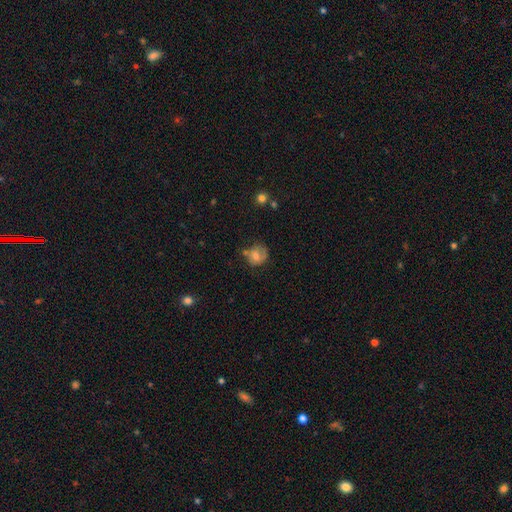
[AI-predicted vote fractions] smooth_or_featured: smooth (p=0.66) [alt: featured or disk p=0.24]
how_rounded: round (p=0.72) [alt: in between p=0.27]
merging: none (p=0.53) [alt: minor disturbance p=0.29]